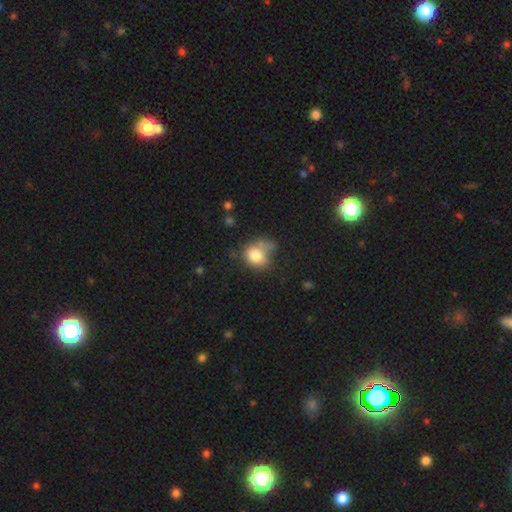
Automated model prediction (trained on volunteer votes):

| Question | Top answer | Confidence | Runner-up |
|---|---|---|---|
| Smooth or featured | smooth | 78% | featured or disk (12%) |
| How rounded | round | 55% | in between (44%) |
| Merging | none | 41% | minor disturbance (26%) |